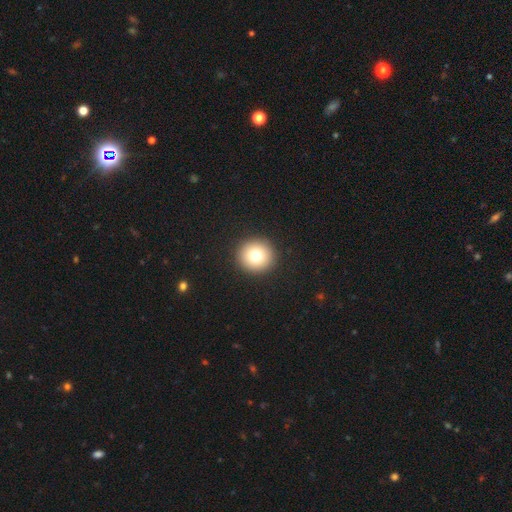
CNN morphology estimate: A smooth galaxy with no disk features (78%) that is round (93%).

Vote fractions:
- Smooth or featured? smooth: 78% / featured or disk: 11% / star or artifact: 11%
- How rounded? round: 93% / in between: 6% / cigar-shaped: 1%
- Merging? none: 93% / minor disturbance: 5% / major disturbance: 2% / merger: 1%